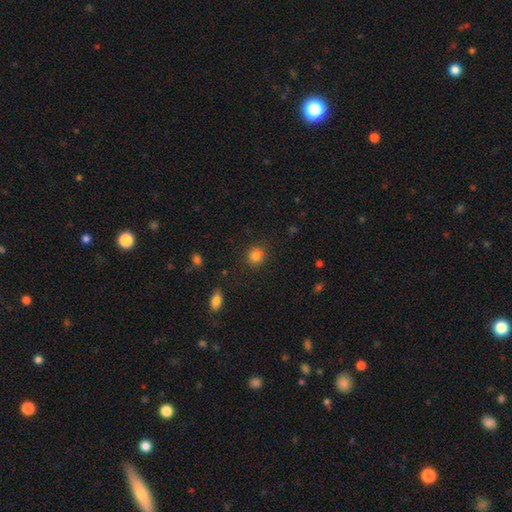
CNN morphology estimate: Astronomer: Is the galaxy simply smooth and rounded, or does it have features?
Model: smooth — 80%.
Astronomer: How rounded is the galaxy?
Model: round — 87%.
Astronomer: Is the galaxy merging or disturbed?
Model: none — 74%.